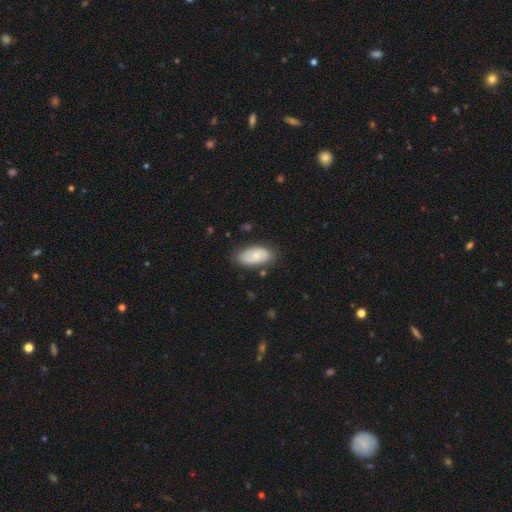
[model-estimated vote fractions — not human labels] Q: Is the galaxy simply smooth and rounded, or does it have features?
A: smooth — 65%.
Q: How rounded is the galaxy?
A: in between — 94%.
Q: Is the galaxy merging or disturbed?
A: none — 76%.